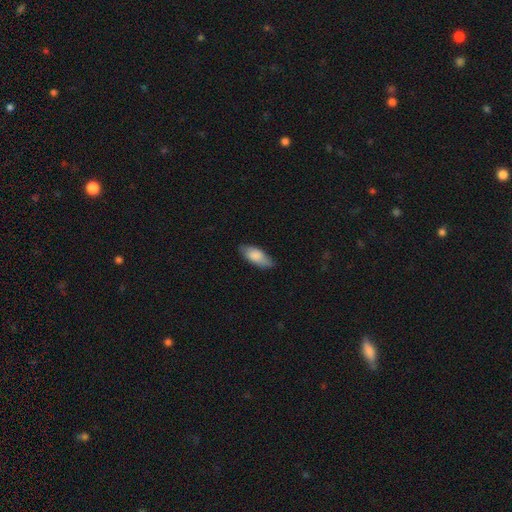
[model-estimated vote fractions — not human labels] Morphology: type=smooth (82%); roundness=in between (80%); merging=none (77%).